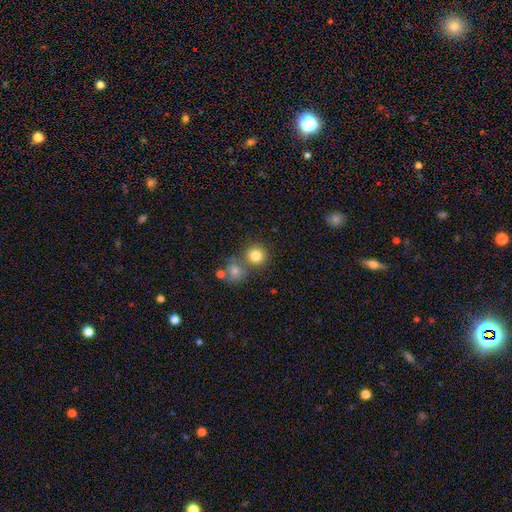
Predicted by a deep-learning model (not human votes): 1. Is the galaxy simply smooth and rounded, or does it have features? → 81% smooth, 11% star or artifact, 8% featured or disk.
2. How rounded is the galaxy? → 89% round, 10% in between, 1% cigar-shaped.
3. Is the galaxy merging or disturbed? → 65% none, 23% merger, 9% minor disturbance, 3% major disturbance.